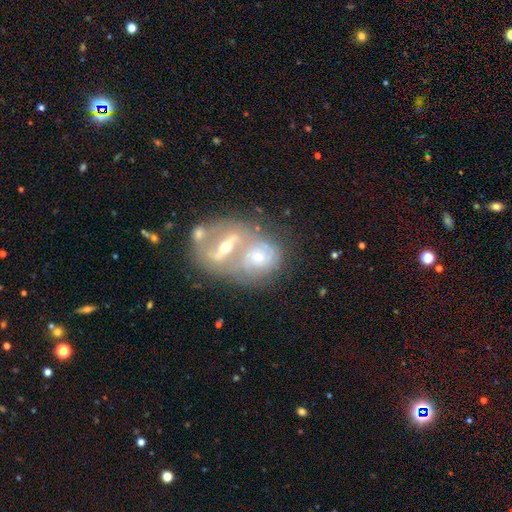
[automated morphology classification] Smooth or featured? Predicted: featured or disk (p=0.70). Edge-on disk? Predicted: no (p=0.93). Bar? Predicted: strong (p=0.39). Spiral arms? Predicted: yes (p=0.58). Bulge size? Predicted: moderate (p=0.54). Merging? Predicted: merger (p=0.69).